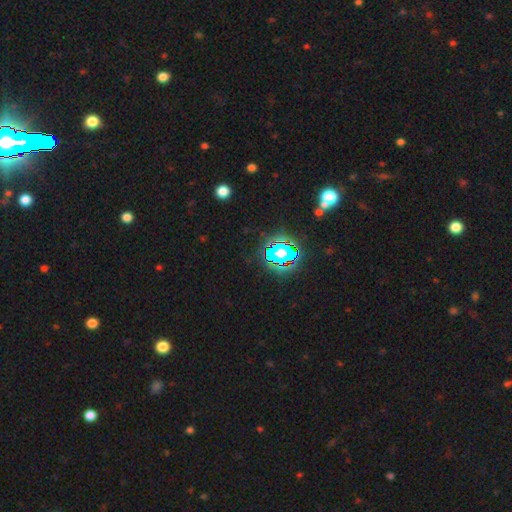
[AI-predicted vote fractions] Smooth or featured?
  - star or artifact: 79% *
  - smooth: 13%
  - featured or disk: 8%